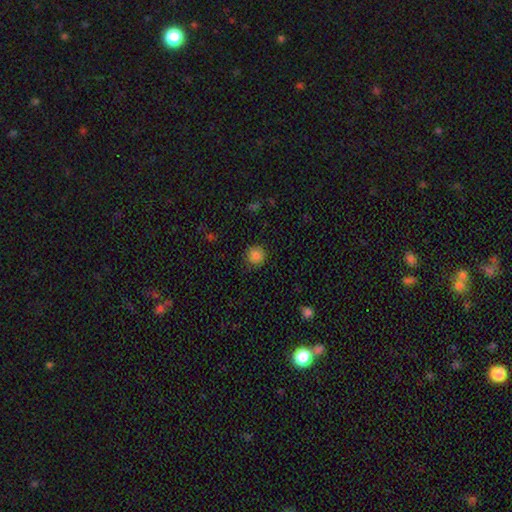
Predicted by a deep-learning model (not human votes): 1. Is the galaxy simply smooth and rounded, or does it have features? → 84% smooth, 11% star or artifact, 5% featured or disk.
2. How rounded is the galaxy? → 92% round, 7% in between, 1% cigar-shaped.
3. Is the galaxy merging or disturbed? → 86% none, 11% minor disturbance, 3% major disturbance, 1% merger.